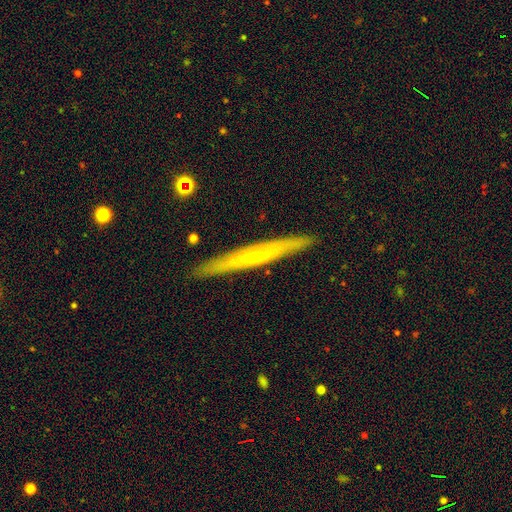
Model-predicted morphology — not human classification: Smooth or featured? featured or disk (58%)
Edge-on disk? yes (95%)
Edge-on bulge? none (57%)
Merging? none (91%)